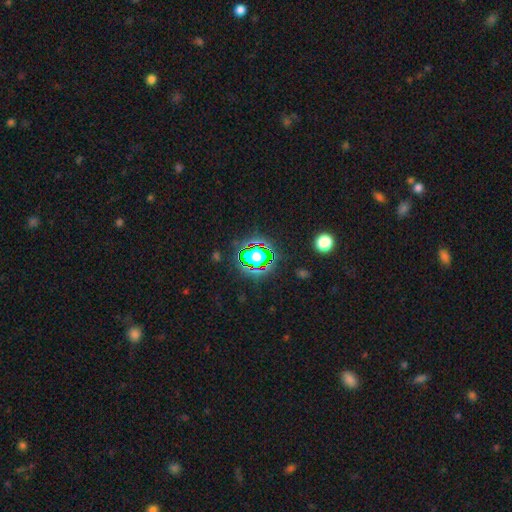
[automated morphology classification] Smooth or featured? Predicted: star or artifact (p=0.64).